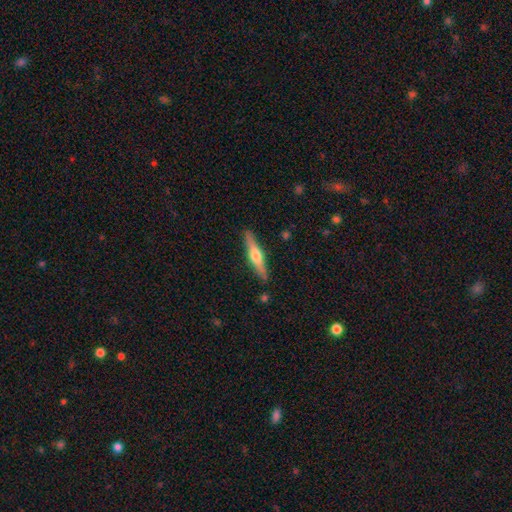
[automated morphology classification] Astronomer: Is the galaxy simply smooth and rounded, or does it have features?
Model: featured or disk — 62%.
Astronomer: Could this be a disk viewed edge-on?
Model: yes — 97%.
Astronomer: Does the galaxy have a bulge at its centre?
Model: rounded — 92%.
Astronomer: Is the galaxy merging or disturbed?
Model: none — 89%.